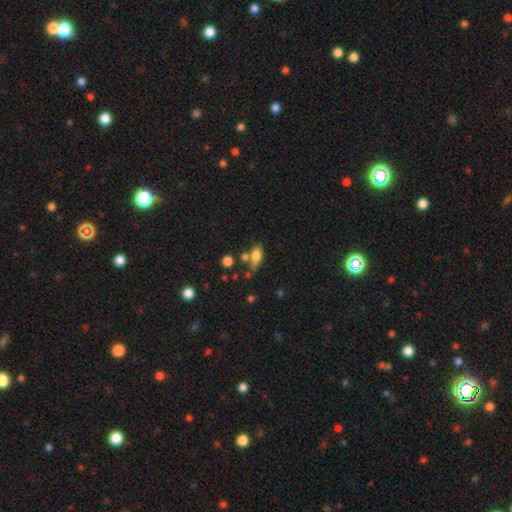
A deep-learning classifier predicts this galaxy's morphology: A smooth galaxy with no disk features (77%) that is in between round and cigar-shaped (81%).

Vote fractions:
- Smooth or featured? smooth: 77% / featured or disk: 13% / star or artifact: 10%
- How rounded? in between: 81% / cigar-shaped: 11% / round: 9%
- Merging? none: 45% / minor disturbance: 23% / merger: 21% / major disturbance: 11%